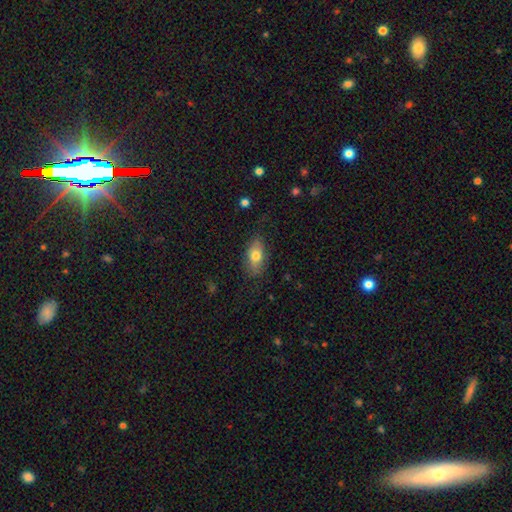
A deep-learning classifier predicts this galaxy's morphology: Smooth or featured? Predicted: smooth (p=0.73). How rounded? Predicted: in between (p=0.87). Merging? Predicted: none (p=0.78).